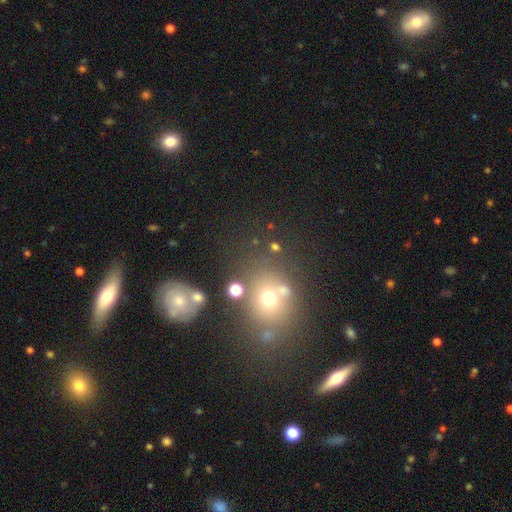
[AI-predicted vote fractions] Smooth or featured? smooth (44%)
Merging? none (66%)